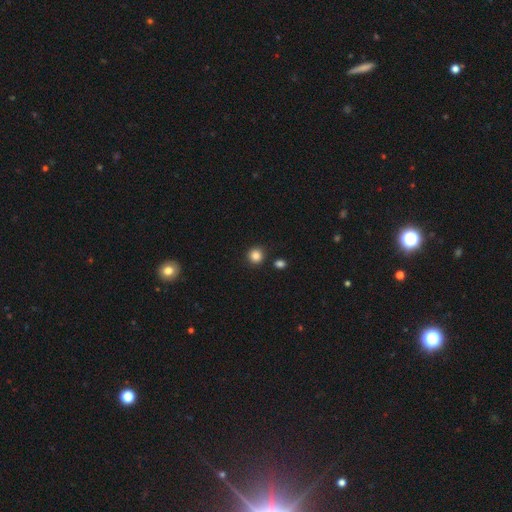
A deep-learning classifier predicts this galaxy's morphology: This is clearly a smooth galaxy (85%). How rounded: clearly round (92%). Merging: clearly none (87%).